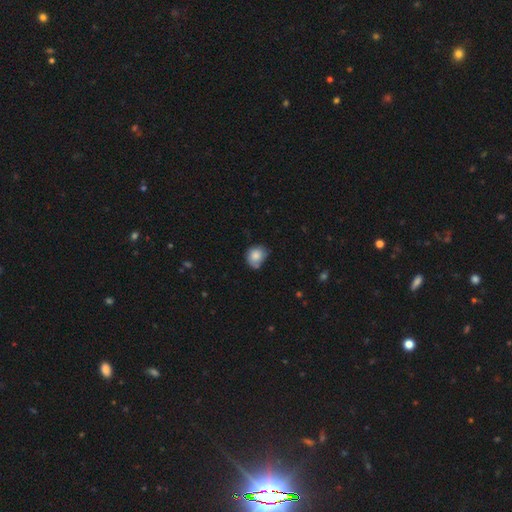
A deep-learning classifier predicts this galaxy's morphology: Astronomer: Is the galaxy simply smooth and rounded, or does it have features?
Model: smooth — 81%.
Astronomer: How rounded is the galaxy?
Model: round — 67%.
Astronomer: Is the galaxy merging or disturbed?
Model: none — 52% (runner-up: minor disturbance, 35%).